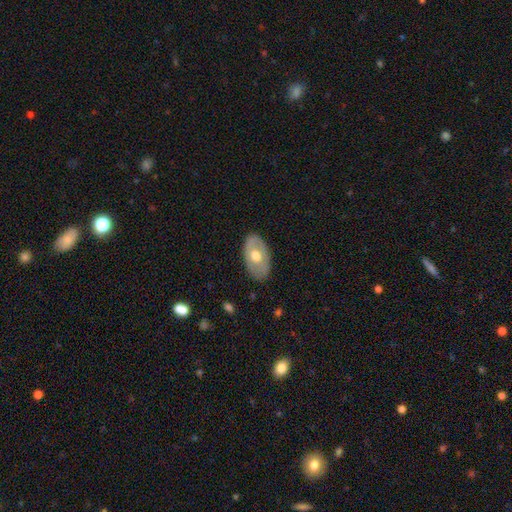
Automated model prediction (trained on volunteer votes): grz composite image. It shows a smooth galaxy with no disk features (51%) that is in between round and cigar-shaped (91%). Merging: none (82%).